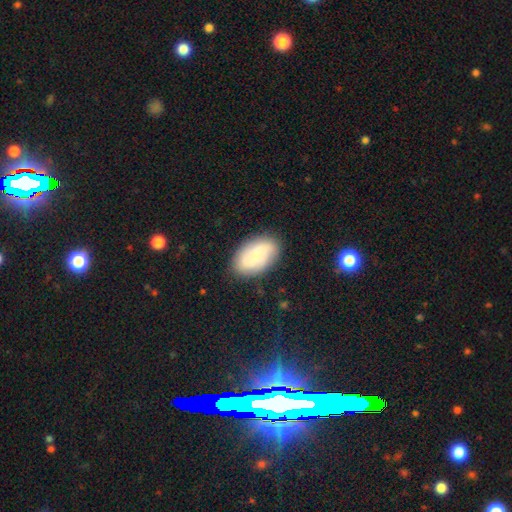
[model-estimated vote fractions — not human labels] This is possibly a smooth galaxy (48%). Merging: clearly none (82%).